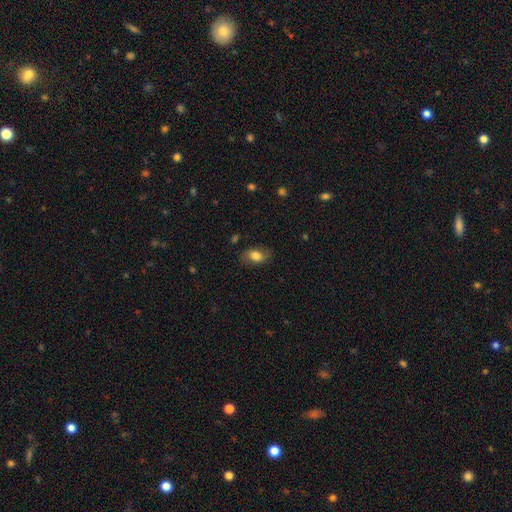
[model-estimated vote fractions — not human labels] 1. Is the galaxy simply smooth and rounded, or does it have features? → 78% smooth, 14% featured or disk, 8% star or artifact.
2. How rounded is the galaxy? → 87% in between, 11% round, 3% cigar-shaped.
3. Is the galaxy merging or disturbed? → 77% none, 17% minor disturbance, 5% major disturbance, 1% merger.